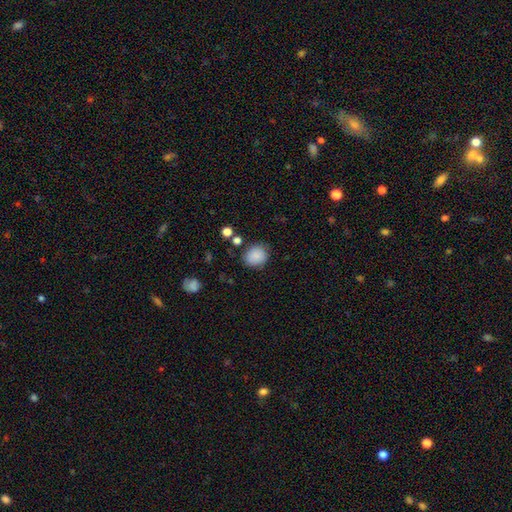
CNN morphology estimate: type=smooth (87%); roundness=round (70%); merging=none (81%).